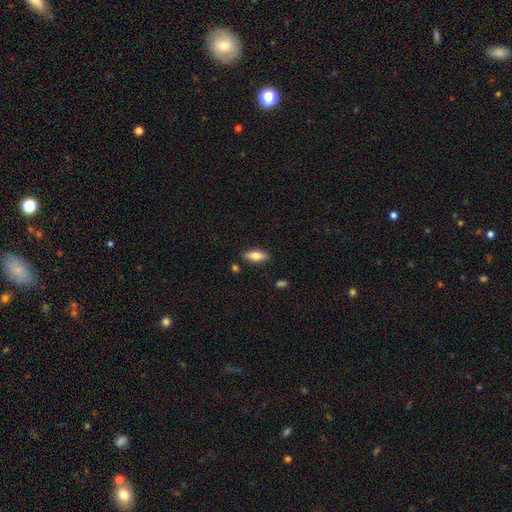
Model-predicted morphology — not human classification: This appears to be a smooth galaxy with no disk features (77%) that is in between round and cigar-shaped (76%). Merging: none (85%).